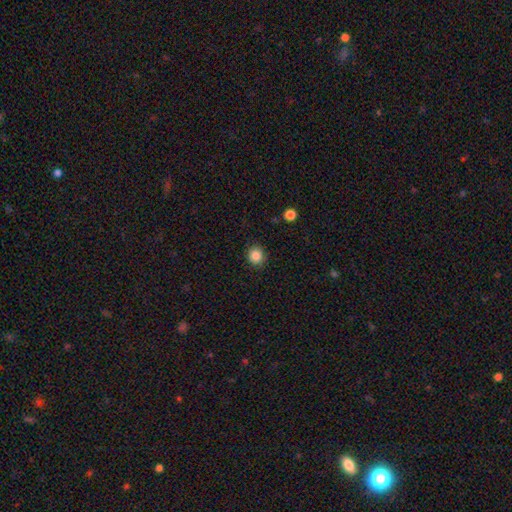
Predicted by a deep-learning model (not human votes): A smooth galaxy with no disk features (86%) that is round (89%).

Vote fractions:
- Smooth or featured? smooth: 86% / star or artifact: 10% / featured or disk: 4%
- How rounded? round: 89% / in between: 10% / cigar-shaped: 1%
- Merging? none: 90% / minor disturbance: 7% / major disturbance: 2% / merger: 1%